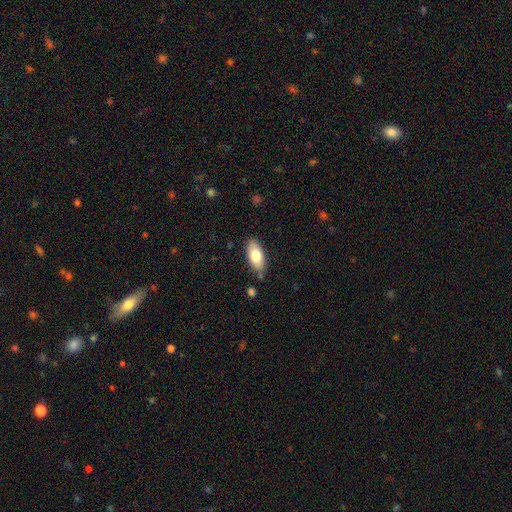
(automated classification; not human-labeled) Smooth or featured: smooth — 77% (featured or disk — 16%)
How rounded: in between — 90% (cigar-shaped — 8%)
Merging: none — 82% (minor disturbance — 13%)